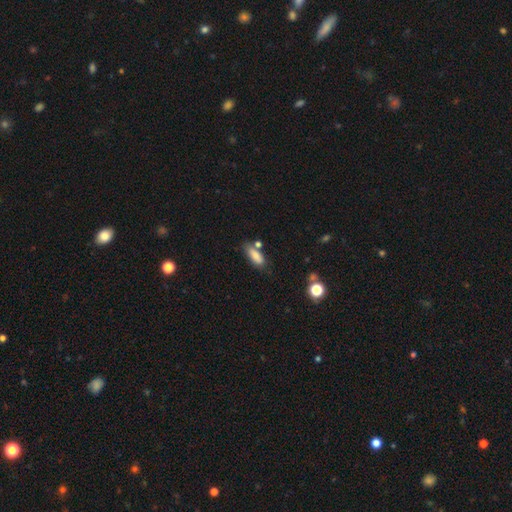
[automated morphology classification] The model was most divided on "merging": none: 62%, minor disturbance: 20%, merger: 13%, major disturbance: 5%. More confident: smooth or featured — smooth (81%); how rounded — in between (70%).